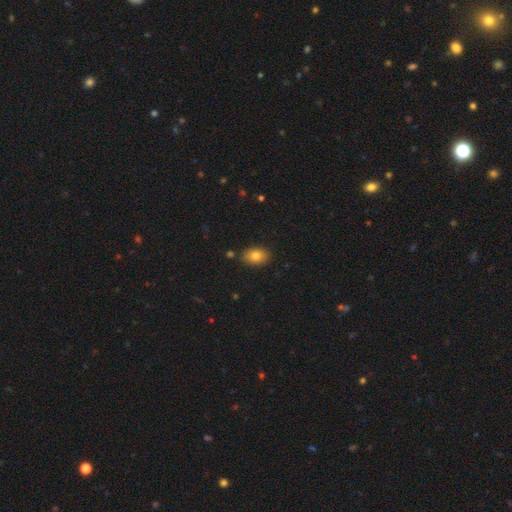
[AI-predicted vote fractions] smooth-or-featured: smooth: 81% | featured or disk: 10% | star or artifact: 10%
  how-rounded: in between: 78% | round: 21% | cigar-shaped: 1%
  merging: none: 85% | minor disturbance: 10% | merger: 2% | major disturbance: 2%